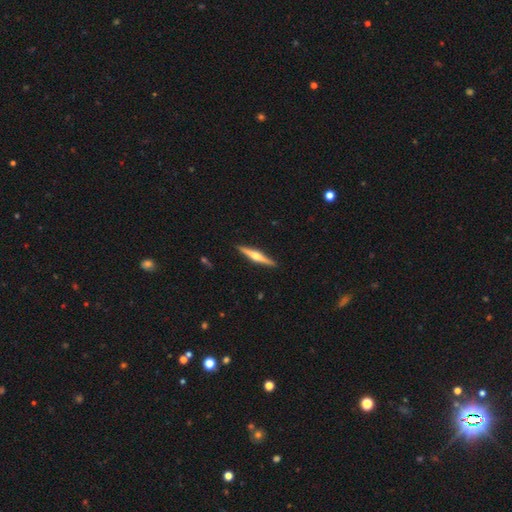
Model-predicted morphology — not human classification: Q: Smooth or featured?
A: featured or disk (71%); runner-up: smooth (24%)
Q: Edge-on disk?
A: yes (98%); runner-up: no (2%)
Q: Edge-on bulge?
A: rounded (92%); runner-up: none (4%)
Q: Merging?
A: none (91%); runner-up: minor disturbance (6%)